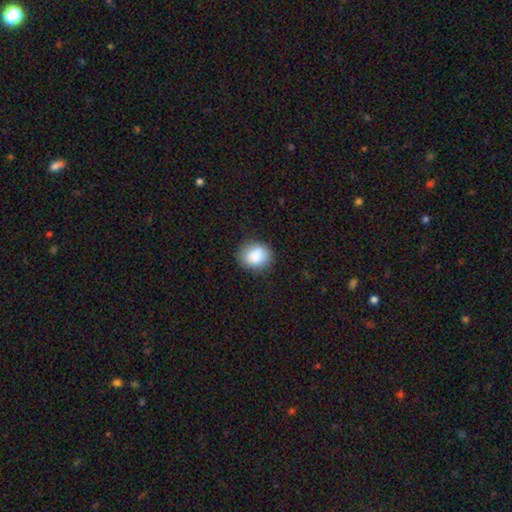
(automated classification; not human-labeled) Morphology: type=smooth (88%); roundness=round (57%); merging=none (81%).